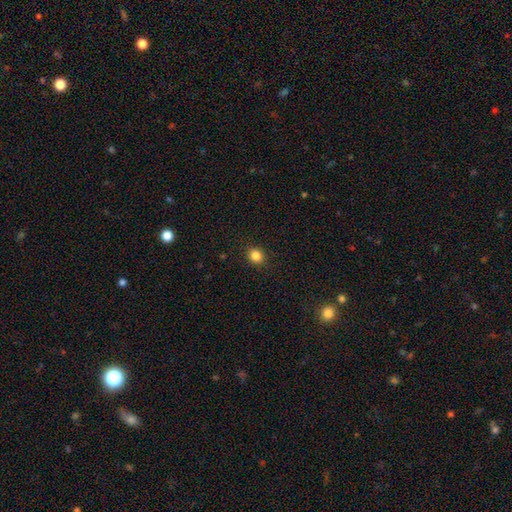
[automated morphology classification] This is clearly a smooth galaxy (84%). How rounded: likely round (76%). Merging: clearly none (90%).